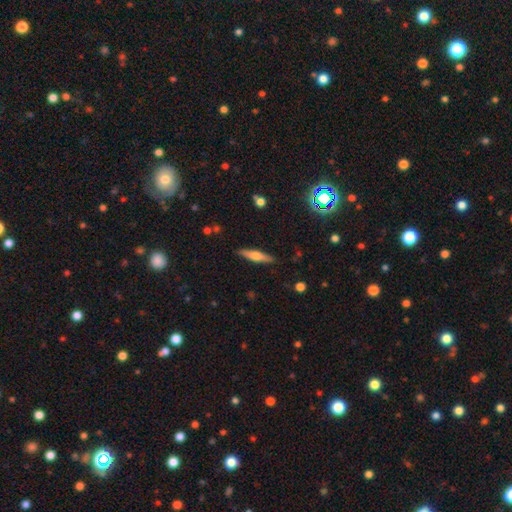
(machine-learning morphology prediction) Smooth or featured? Predicted: featured or disk (p=0.51). Edge-on disk? Predicted: yes (p=0.95). Merging? Predicted: none (p=0.89).